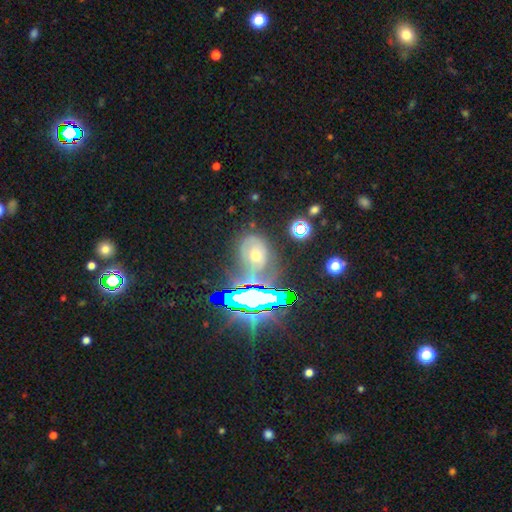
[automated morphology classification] smooth-or-featured: star or artifact: 51% | featured or disk: 27% | smooth: 21%